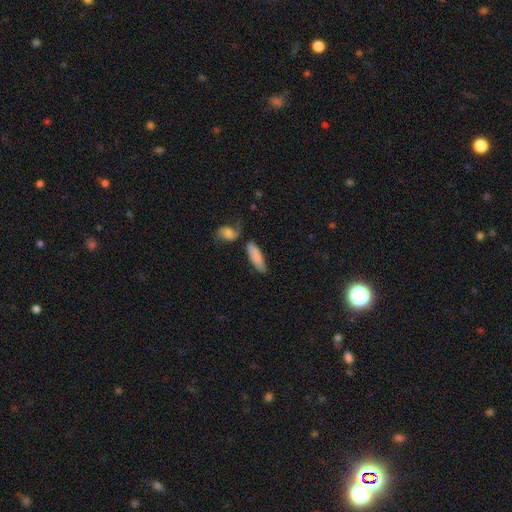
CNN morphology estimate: Q: Smooth or featured?
A: smooth (78%); runner-up: featured or disk (15%)
Q: How rounded?
A: in between (51%); runner-up: cigar-shaped (47%)
Q: Merging?
A: none (56%); runner-up: minor disturbance (20%)